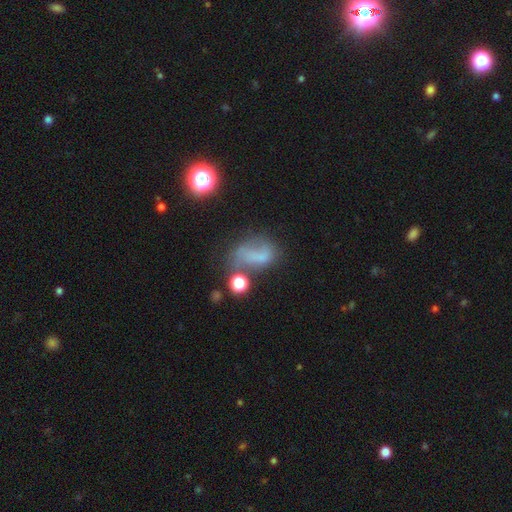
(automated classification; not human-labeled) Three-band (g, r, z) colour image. It shows a smooth galaxy with no disk features (45%). Merging: none (33%).